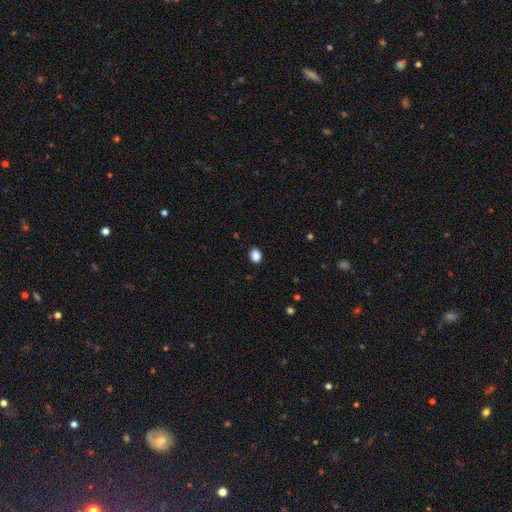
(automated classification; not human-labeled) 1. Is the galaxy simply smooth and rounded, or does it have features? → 88% smooth, 9% star or artifact, 3% featured or disk.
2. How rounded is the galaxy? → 61% in between, 38% round, 1% cigar-shaped.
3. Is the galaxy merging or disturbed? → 89% none, 8% minor disturbance, 2% major disturbance, 1% merger.